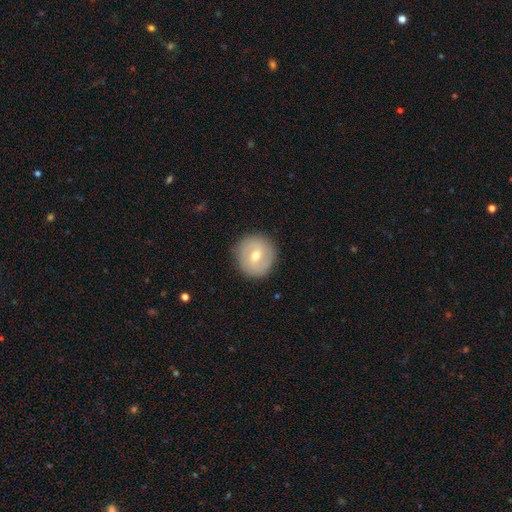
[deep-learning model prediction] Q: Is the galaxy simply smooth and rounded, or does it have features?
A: smooth — 48%.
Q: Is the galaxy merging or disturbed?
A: none — 88%.